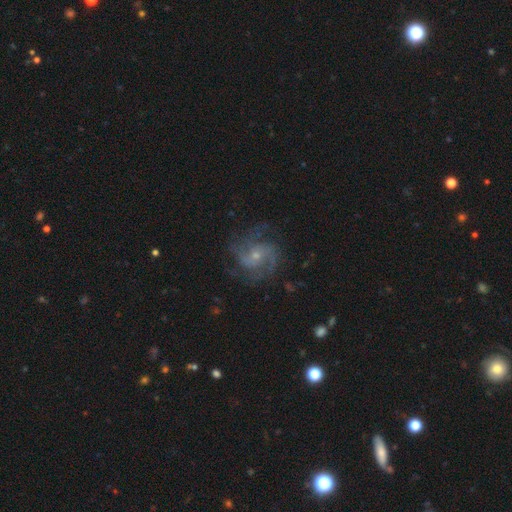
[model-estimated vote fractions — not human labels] Smooth or featured? Predicted: featured or disk (p=0.87). Edge-on disk? Predicted: no (p=0.98). Bar? Predicted: no (p=0.63). Spiral arms? Predicted: yes (p=0.97). Spiral winding? Predicted: medium (p=0.55). Spiral arm count? Predicted: 2 (p=0.38). Bulge size? Predicted: small (p=0.68). Merging? Predicted: none (p=0.73).